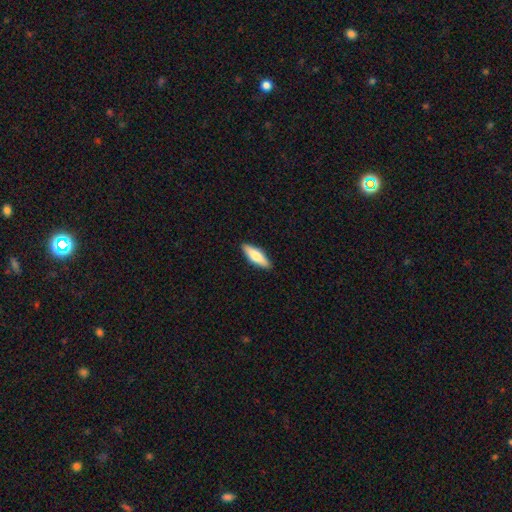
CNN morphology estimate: Smooth or featured? Predicted: smooth (p=0.69). How rounded? Predicted: cigar-shaped (p=0.49, tied with in between). Merging? Predicted: none (p=0.90).